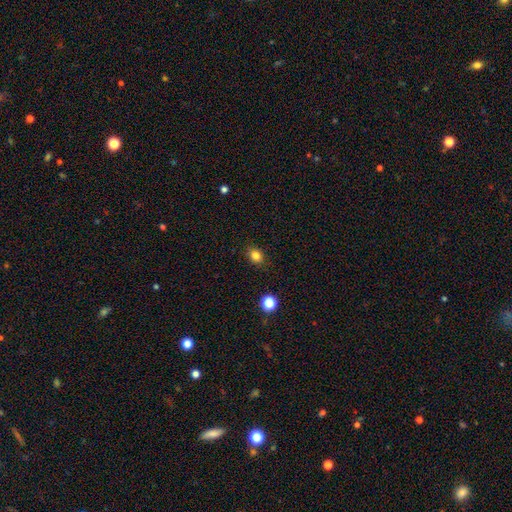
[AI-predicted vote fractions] Smooth or featured: smooth — 82% (star or artifact — 12%)
How rounded: in between — 57% (round — 42%)
Merging: none — 87% (minor disturbance — 9%)